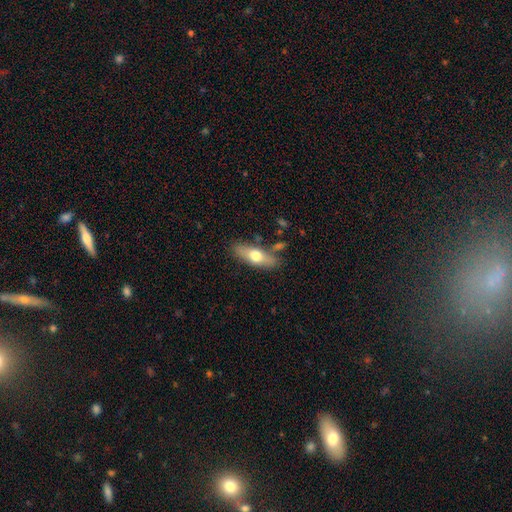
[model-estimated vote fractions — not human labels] A smooth galaxy with no disk features (59%) that is in between round and cigar-shaped (55%).

Vote fractions:
- Smooth or featured? smooth: 59% / featured or disk: 35% / star or artifact: 6%
- How rounded? in between: 55% / cigar-shaped: 42% / round: 3%
- Merging? none: 77% / minor disturbance: 14% / merger: 5% / major disturbance: 4%